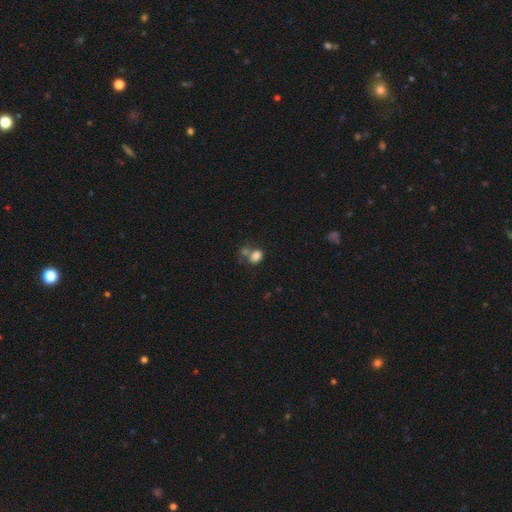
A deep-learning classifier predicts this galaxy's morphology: Smooth or featured: smooth — 80% (star or artifact — 12%)
How rounded: in between — 69% (round — 30%)
Merging: none — 41% (merger — 39%)